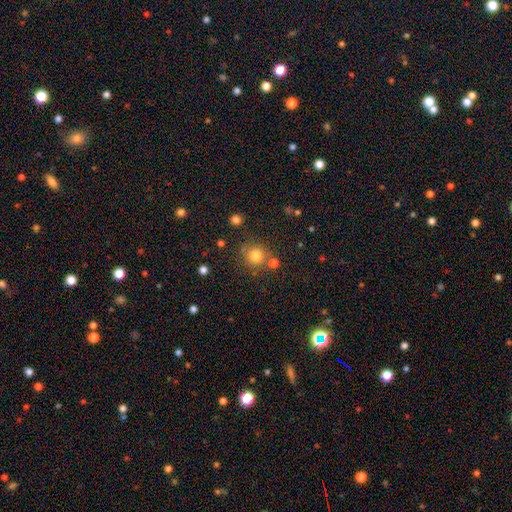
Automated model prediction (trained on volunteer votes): Q: Smooth or featured?
A: smooth (79%); runner-up: star or artifact (14%)
Q: How rounded?
A: round (92%); runner-up: in between (7%)
Q: Merging?
A: none (76%); runner-up: merger (11%)